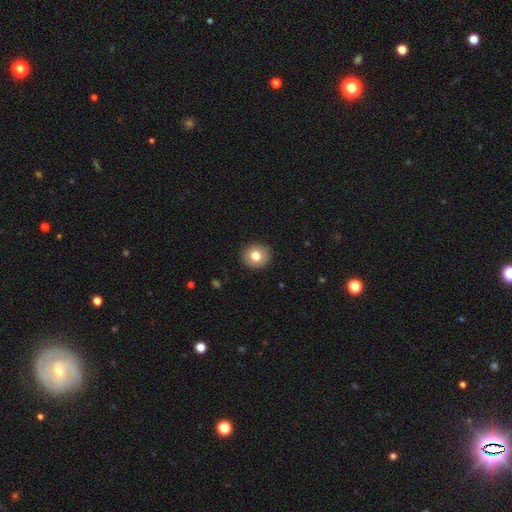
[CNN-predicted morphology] This appears to be a smooth galaxy with no disk features (79%) that is round (87%). Merging: none (91%).